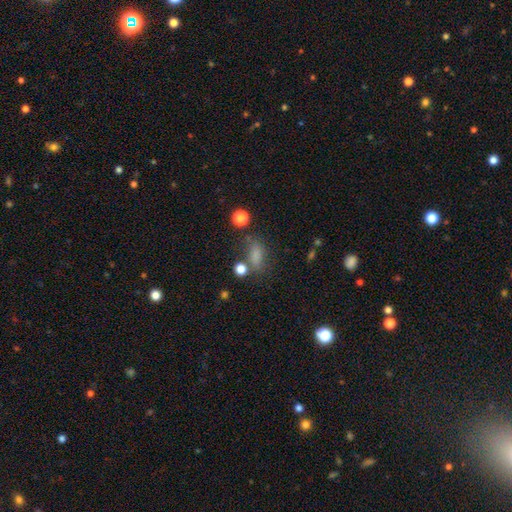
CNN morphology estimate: Smooth or featured? Predicted: smooth (p=0.73). How rounded? Predicted: in between (p=0.76). Merging? Predicted: none (p=0.55).